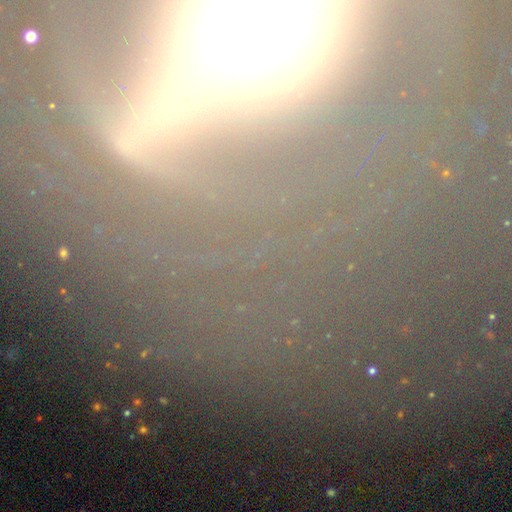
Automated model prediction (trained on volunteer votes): A featured or disk galaxy (49%). Merging: none (69%).